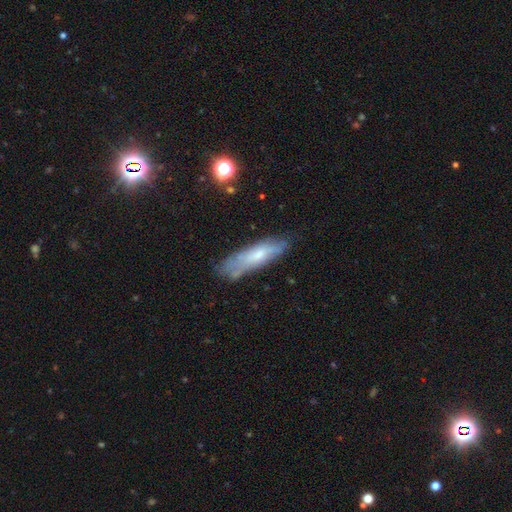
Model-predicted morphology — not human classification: This is possibly a smooth galaxy (50%). How rounded: likely cigar-shaped (61%). Merging: likely none (64%).